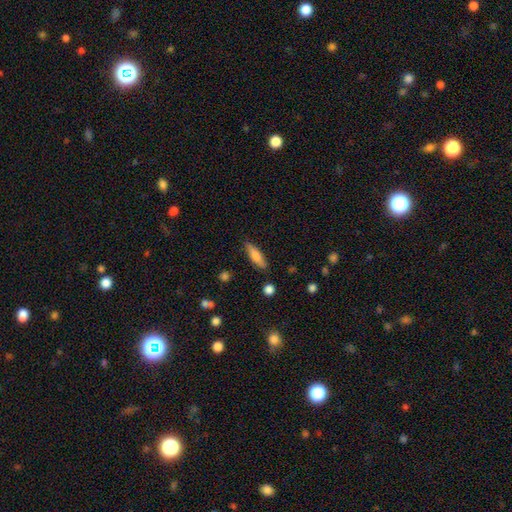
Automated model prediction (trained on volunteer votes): Smooth or featured? Predicted: smooth (p=0.72). How rounded? Predicted: cigar-shaped (p=0.63). Merging? Predicted: none (p=0.84).